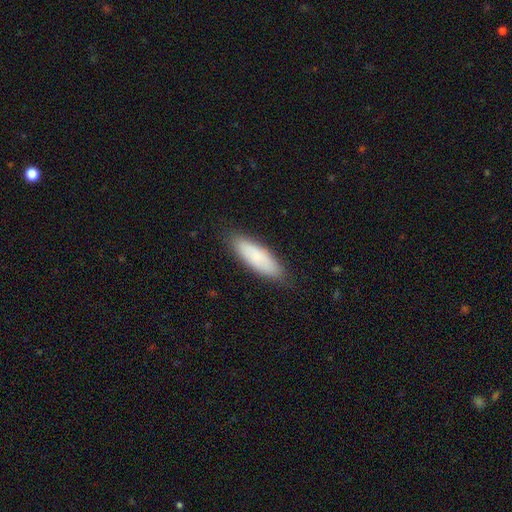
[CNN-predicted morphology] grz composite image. It shows a smooth galaxy with no disk features (82%) that is in between round and cigar-shaped (51%). Merging: none (86%).